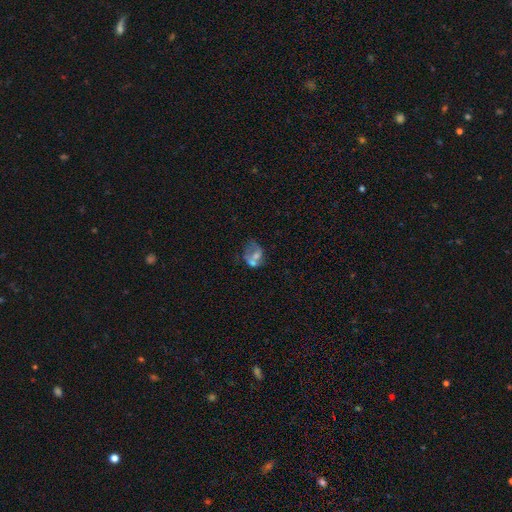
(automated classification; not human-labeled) A featured or disk galaxy (46%).

Vote fractions:
- Smooth or featured? featured or disk: 46% / smooth: 41% / star or artifact: 13%
- Merging? merger: 40% / none: 24% / major disturbance: 21% / minor disturbance: 14%